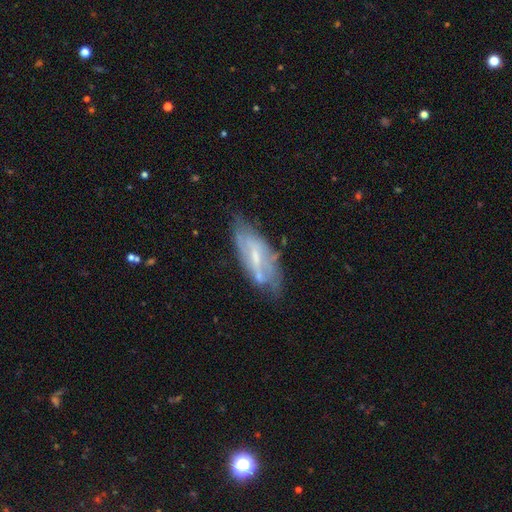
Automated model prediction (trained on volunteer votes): Smooth or featured? Predicted: featured or disk (p=0.67). Edge-on disk? Predicted: no (p=0.81). Bar? Predicted: weak (p=0.45). Spiral arms? Predicted: yes (p=0.59). Bulge size? Predicted: small (p=0.57). Merging? Predicted: none (p=0.57).